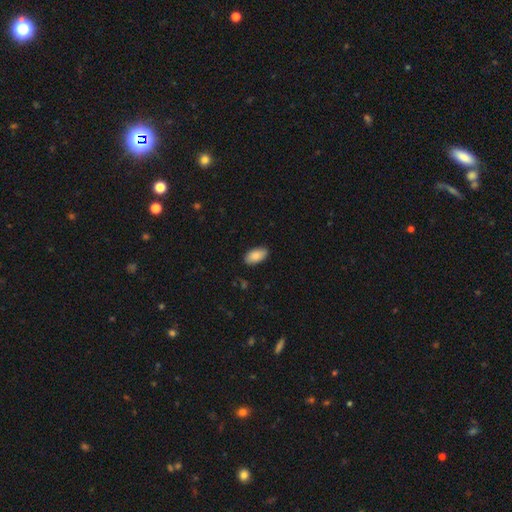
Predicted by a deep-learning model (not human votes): Q: Smooth or featured?
A: smooth (88%); runner-up: star or artifact (6%)
Q: How rounded?
A: in between (95%); runner-up: cigar-shaped (3%)
Q: Merging?
A: none (88%); runner-up: minor disturbance (9%)